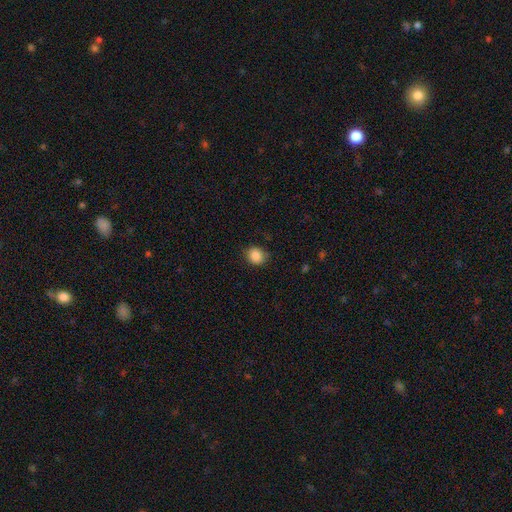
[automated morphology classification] type=smooth (86%); roundness=round (79%); merging=none (82%).